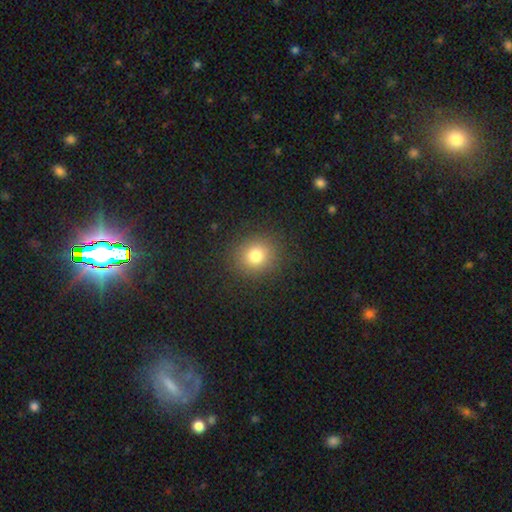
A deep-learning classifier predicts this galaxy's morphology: A smooth galaxy with no disk features (78%) that is round (83%).

Vote fractions:
- Smooth or featured? smooth: 78% / star or artifact: 14% / featured or disk: 8%
- How rounded? round: 83% / in between: 16% / cigar-shaped: 1%
- Merging? none: 89% / minor disturbance: 7% / major disturbance: 3% / merger: 1%